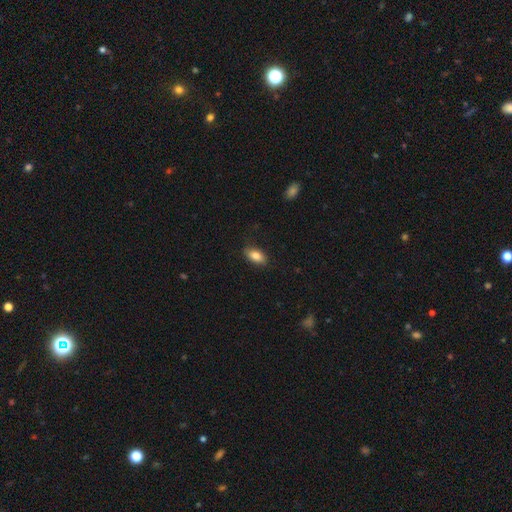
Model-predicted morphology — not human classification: Smooth or featured: smooth — 84% (featured or disk — 9%)
How rounded: in between — 89% (cigar-shaped — 6%)
Merging: none — 84% (minor disturbance — 12%)